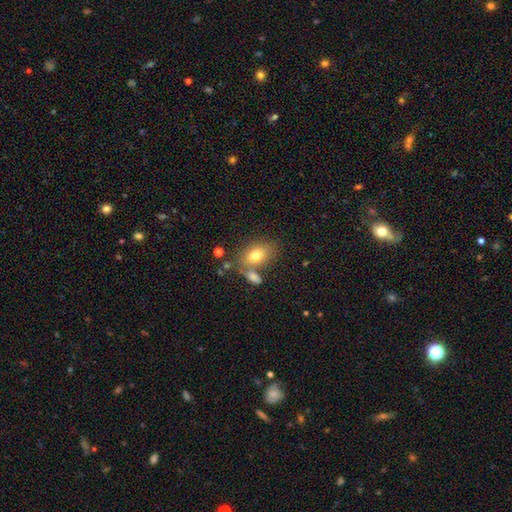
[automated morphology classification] Overall: smooth (76%). How rounded: in between (83%). Merging: none (59%; merger 22%).